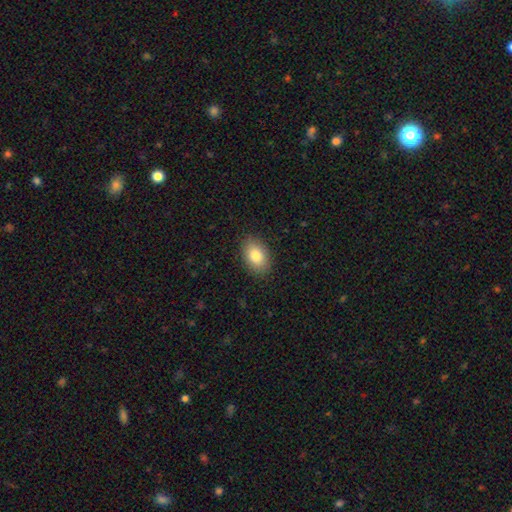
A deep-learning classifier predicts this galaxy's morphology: Overall: smooth (82%). How rounded: in between (88%). Merging: none (88%).